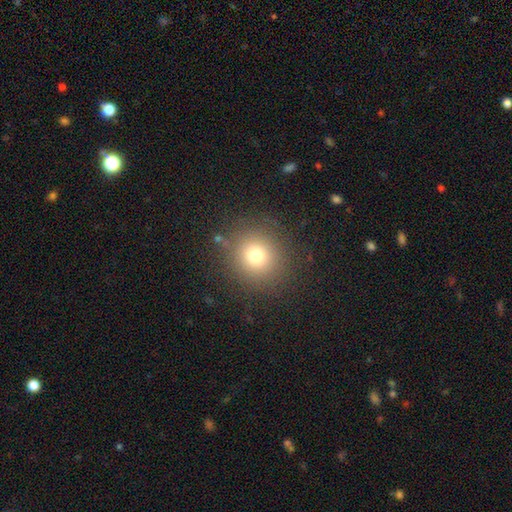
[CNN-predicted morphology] This is likely a smooth galaxy (73%). How rounded: clearly round (91%). Merging: clearly none (86%).